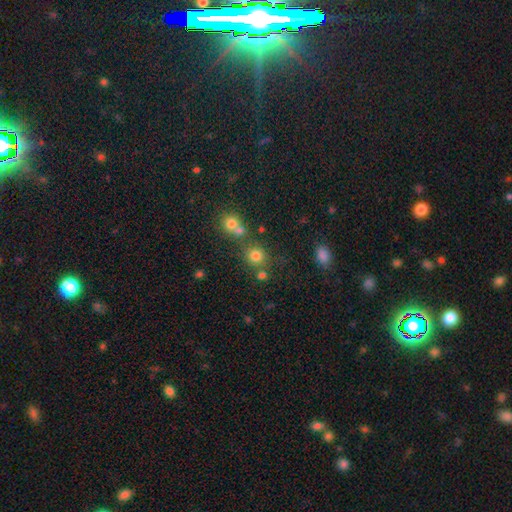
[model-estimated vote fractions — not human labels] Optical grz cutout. It shows a smooth galaxy with no disk features (76%) that is round (87%). Merging: none (68%).